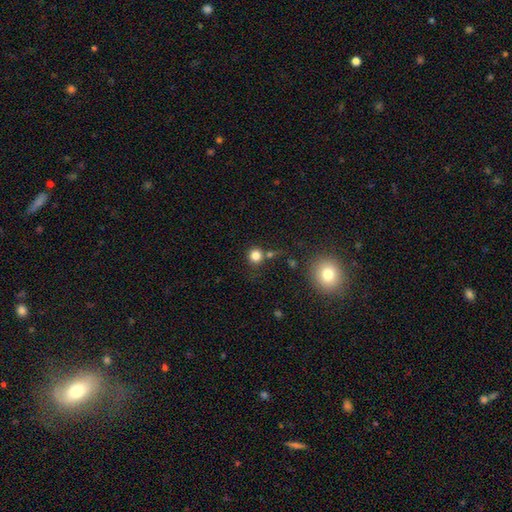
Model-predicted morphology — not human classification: Smooth or featured?
  - smooth: 81% *
  - star or artifact: 13%
  - featured or disk: 6%
How rounded?
  - round: 90% *
  - in between: 9%
  - cigar-shaped: 1%
Merging?
  - none: 70% *
  - merger: 15%
  - minor disturbance: 11%
  - major disturbance: 5%